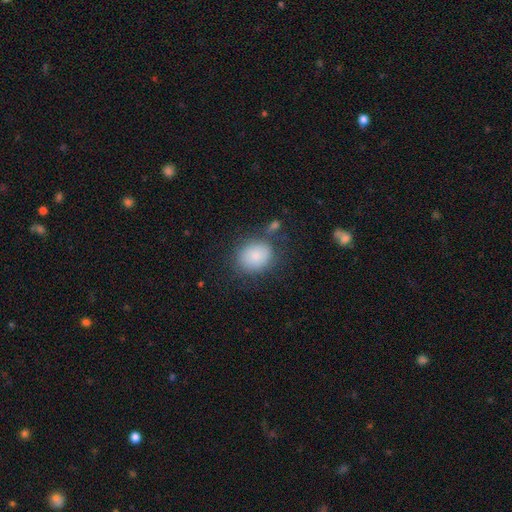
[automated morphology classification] smooth-or-featured: smooth: 84% | featured or disk: 8% | star or artifact: 8%
  how-rounded: round: 55% | in between: 44% | cigar-shaped: 1%
  merging: none: 69% | minor disturbance: 18% | major disturbance: 7% | merger: 6%